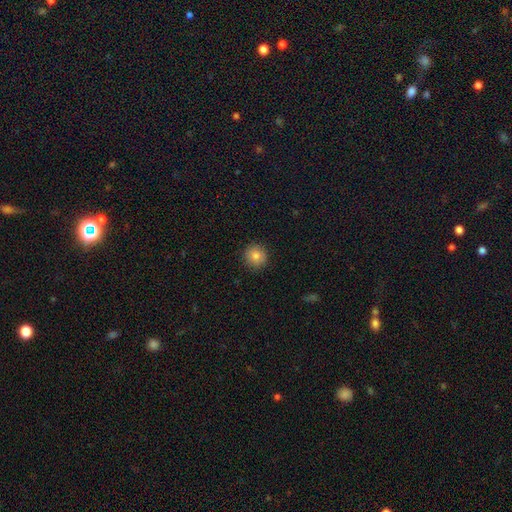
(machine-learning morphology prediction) Overall: smooth (82%). How rounded: round (93%). Merging: none (91%).